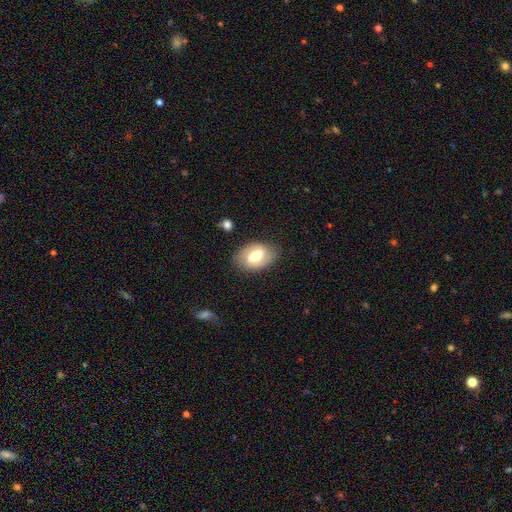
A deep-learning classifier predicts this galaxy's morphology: Q: Smooth or featured?
A: featured or disk (48%); runner-up: smooth (46%)
Q: Merging?
A: none (80%); runner-up: minor disturbance (14%)